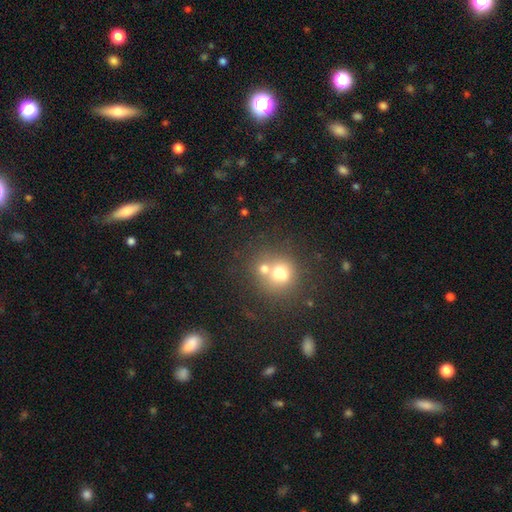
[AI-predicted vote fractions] Smooth or featured? Predicted: smooth (p=0.57). How rounded? Predicted: round (p=0.86). Merging? Predicted: none (p=0.57).